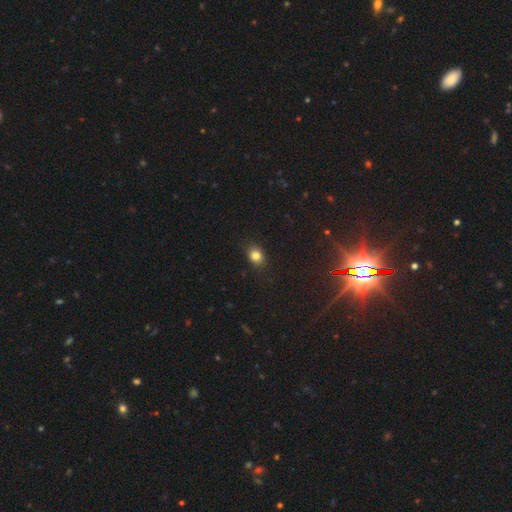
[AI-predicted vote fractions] This is clearly a smooth galaxy (82%). How rounded: possibly in between (53%). Merging: clearly none (86%).